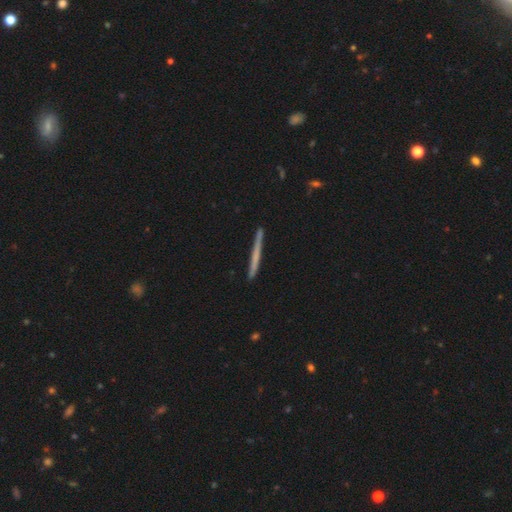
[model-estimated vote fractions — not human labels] Smooth or featured: smooth — 51% (featured or disk — 43%)
How rounded: cigar-shaped — 97% (in between — 2%)
Merging: none — 90% (minor disturbance — 7%)